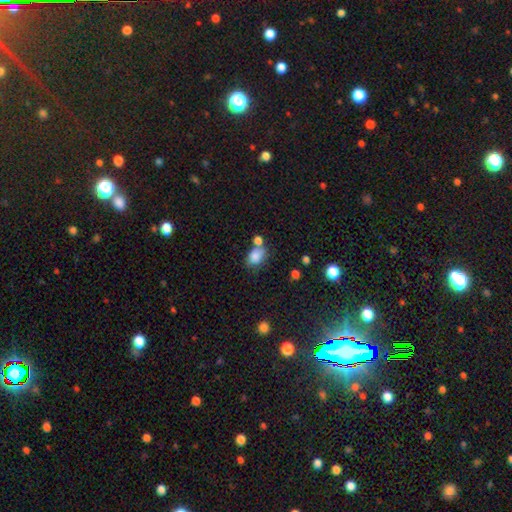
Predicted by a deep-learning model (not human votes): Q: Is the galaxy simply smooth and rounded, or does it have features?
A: smooth — 82%.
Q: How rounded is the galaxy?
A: in between — 76%.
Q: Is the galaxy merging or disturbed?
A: none — 43%.